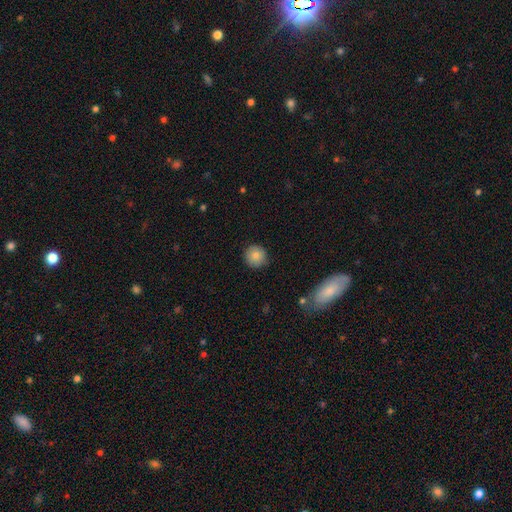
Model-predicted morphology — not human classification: This appears to be a smooth galaxy with no disk features (82%) that is round (94%). Merging: none (89%).